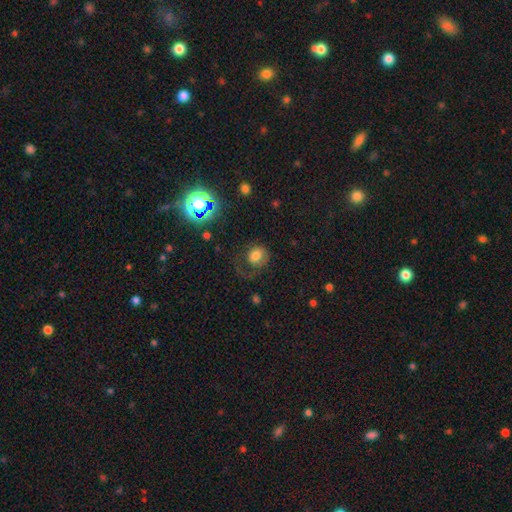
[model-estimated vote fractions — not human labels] smooth-or-featured: smooth: 66% | featured or disk: 20% | star or artifact: 13%
  how-rounded: round: 65% | in between: 34% | cigar-shaped: 1%
  merging: none: 43% | major disturbance: 35% | minor disturbance: 20% | merger: 2%